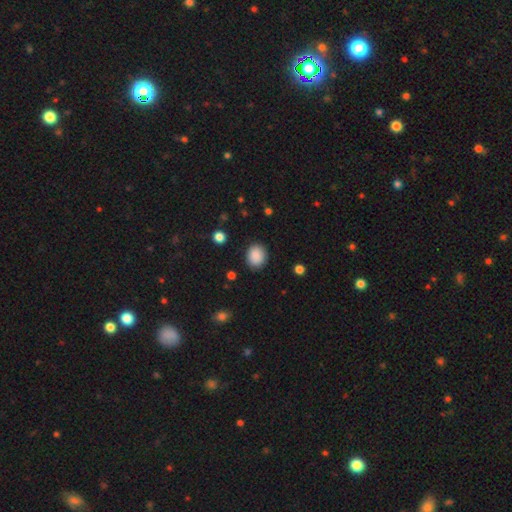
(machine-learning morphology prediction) Q: Smooth or featured?
A: smooth (89%); runner-up: star or artifact (8%)
Q: How rounded?
A: round (61%); runner-up: in between (38%)
Q: Merging?
A: none (88%); runner-up: minor disturbance (9%)